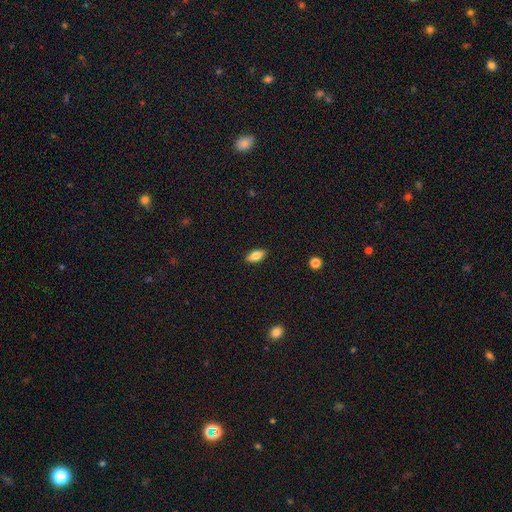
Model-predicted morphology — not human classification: This appears to be a smooth galaxy with no disk features (77%) that is in between round and cigar-shaped (84%). Merging: none (89%).